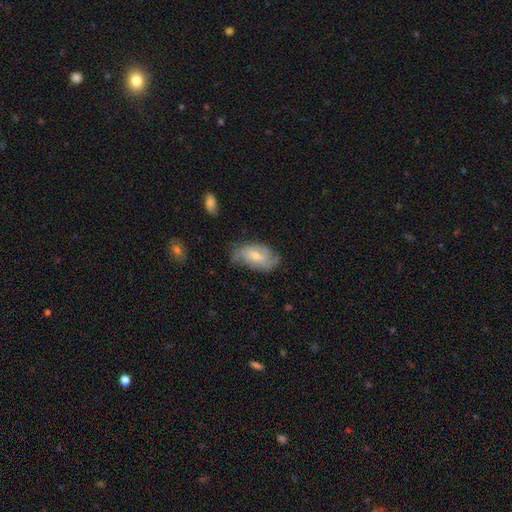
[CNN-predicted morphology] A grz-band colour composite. It shows a featured or disk galaxy (59%) with no bar (46%), spiral arms (84%) and a small central bulge (48%). Merging: none (60%).